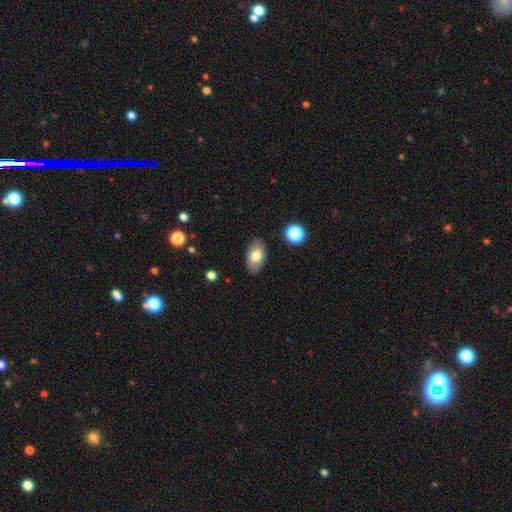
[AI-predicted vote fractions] Morphology: type=smooth (72%); roundness=in between (92%); merging=none (85%).